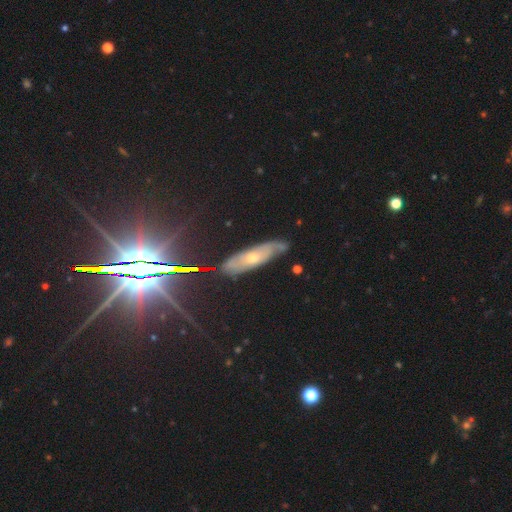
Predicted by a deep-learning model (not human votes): Smooth or featured: featured or disk — 55% (star or artifact — 26%)
Edge-on disk: no — 60% (yes — 40%)
Merging: none — 79% (minor disturbance — 15%)